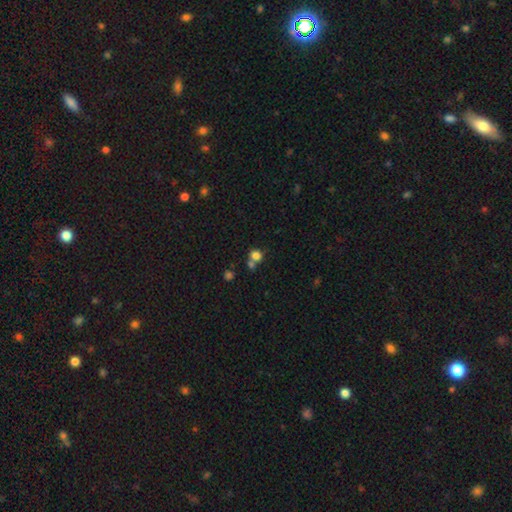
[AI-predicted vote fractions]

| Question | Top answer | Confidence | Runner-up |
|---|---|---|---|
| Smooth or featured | smooth | 78% | star or artifact (14%) |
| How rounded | round | 75% | in between (24%) |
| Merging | none | 49% | merger (37%) |